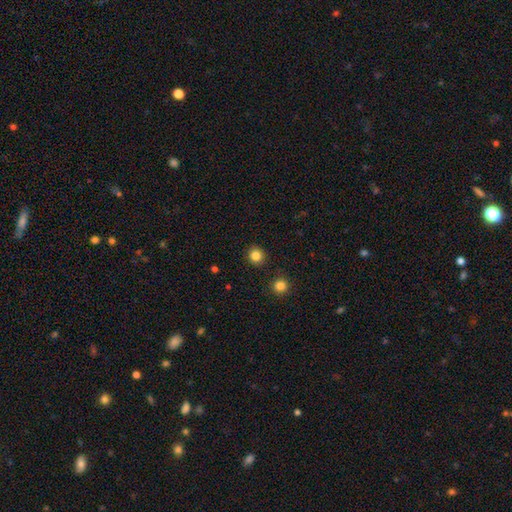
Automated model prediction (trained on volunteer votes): Smooth or featured? smooth (84%)
How rounded? round (90%)
Merging? none (91%)